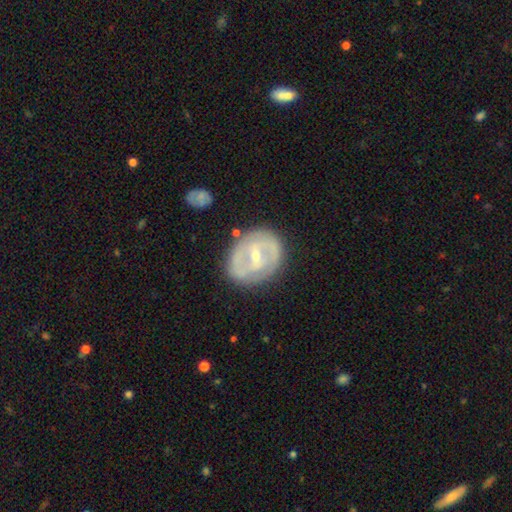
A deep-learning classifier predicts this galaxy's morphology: A featured or disk galaxy (73%) with a weak bar (43%), spiral arms (56%) and a small central bulge (54%). Merging: none (73%).